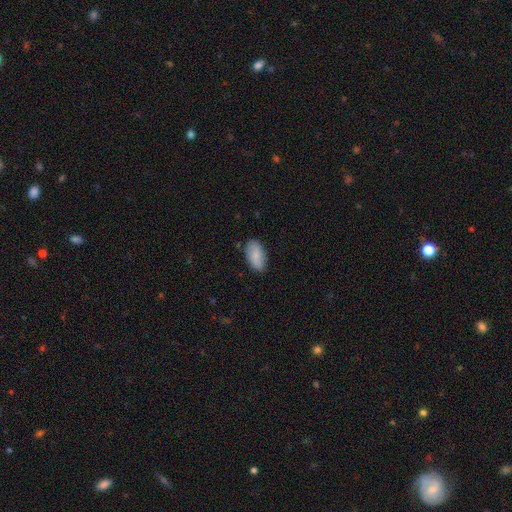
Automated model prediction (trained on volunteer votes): smooth 82%, featured or disk 12%, star or artifact 6%. Down the decision tree: how rounded — in between (94%); merging — none (82%).